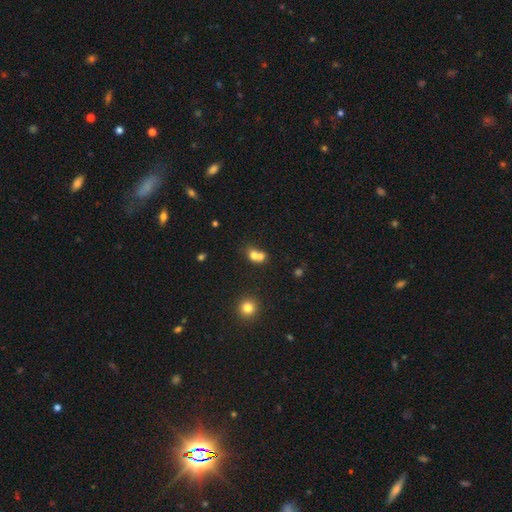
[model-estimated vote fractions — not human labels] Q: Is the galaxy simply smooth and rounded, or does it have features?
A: smooth — 71%.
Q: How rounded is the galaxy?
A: round — 62%.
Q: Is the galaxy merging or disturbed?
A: merger — 62%.